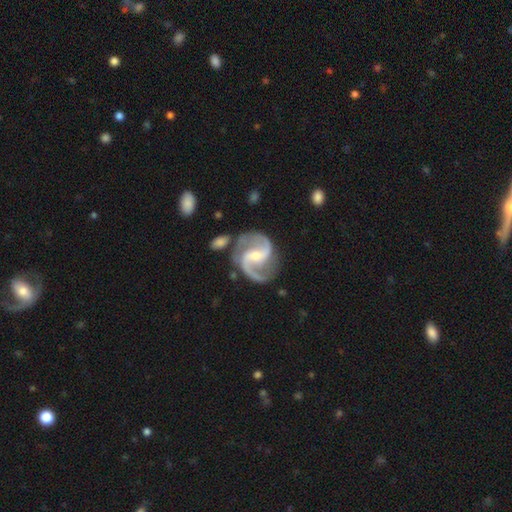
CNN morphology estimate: smooth_or_featured: featured or disk (p=0.93) [alt: star or artifact p=0.04]
disk_edge_on: no (p=0.98) [alt: yes p=0.02]
bar: weak (p=0.41) [alt: strong p=0.33]
has_spiral_arms: yes (p=0.98) [alt: no p=0.02]
spiral_winding: medium (p=0.60) [alt: loose p=0.28]
spiral_arm_count: 2 (p=0.93) [alt: 3 p=0.02]
bulge_size: small (p=0.53) [alt: moderate p=0.43]
merging: none (p=0.73) [alt: minor disturbance p=0.15]